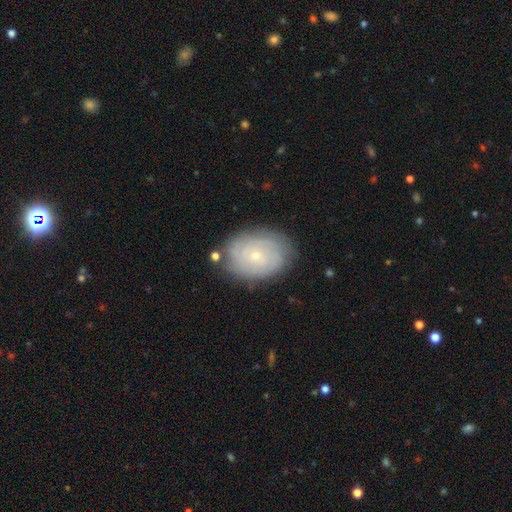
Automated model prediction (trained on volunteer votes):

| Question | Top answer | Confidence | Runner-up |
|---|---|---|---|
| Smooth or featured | featured or disk | 62% | smooth (31%) |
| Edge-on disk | no | 96% | yes (4%) |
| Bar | no | 83% | weak (14%) |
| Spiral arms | yes | 79% | no (21%) |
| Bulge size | small | 82% | moderate (15%) |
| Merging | none | 79% | minor disturbance (15%) |